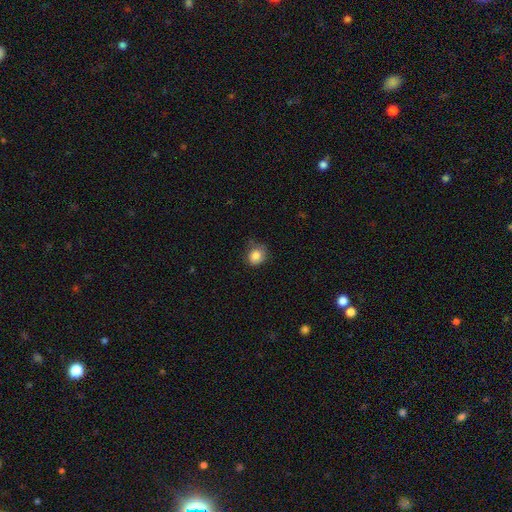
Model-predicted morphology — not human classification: This appears to be a smooth galaxy with no disk features (84%) that is round (69%). Merging: none (67%).